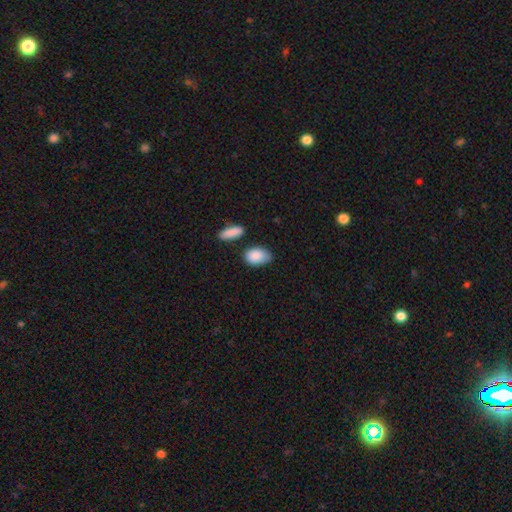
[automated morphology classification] smooth 87%, featured or disk 6%, star or artifact 6%. Down the decision tree: how rounded — in between (90%); merging — none (65%).